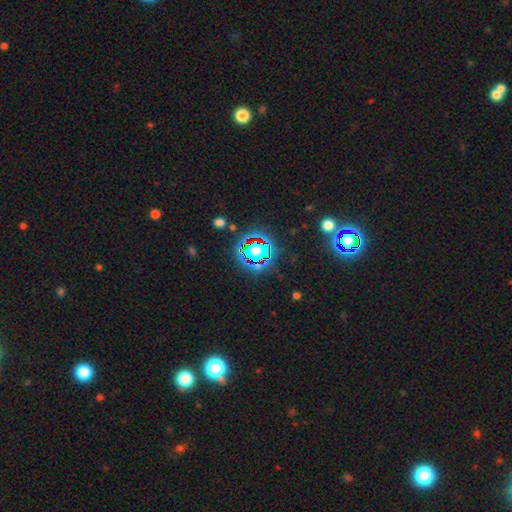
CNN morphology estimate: Smooth or featured?
  - star or artifact: 80% *
  - smooth: 12%
  - featured or disk: 8%